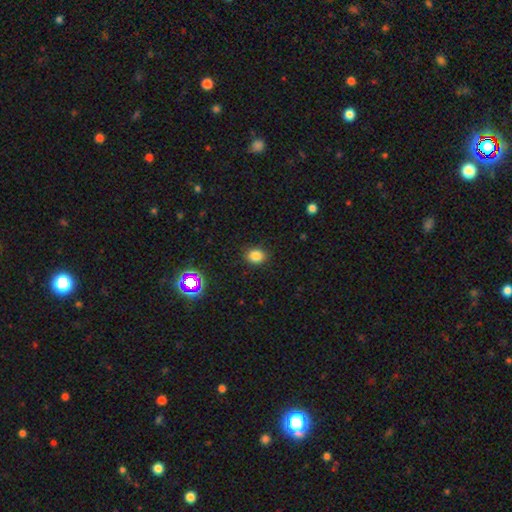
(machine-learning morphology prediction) Smooth or featured? smooth (81%)
How rounded? round (62%)
Merging? none (87%)